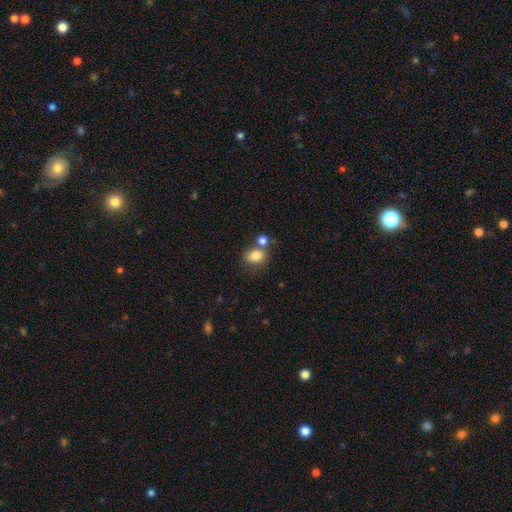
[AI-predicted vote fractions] Smooth or featured? smooth (81%)
How rounded? in between (54%)
Merging? none (50%)